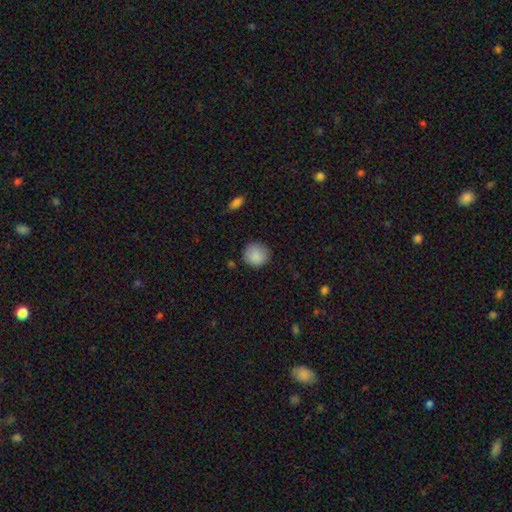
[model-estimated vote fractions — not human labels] A smooth galaxy with no disk features (88%) that is round (90%).

Vote fractions:
- Smooth or featured? smooth: 88% / star or artifact: 8% / featured or disk: 4%
- How rounded? round: 90% / in between: 9% / cigar-shaped: 1%
- Merging? none: 84% / minor disturbance: 12% / major disturbance: 3% / merger: 1%